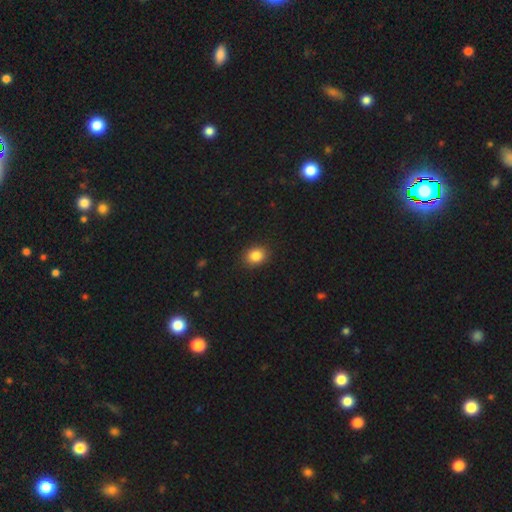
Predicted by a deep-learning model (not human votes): A smooth galaxy with no disk features (86%) that is in between round and cigar-shaped (50%).

Vote fractions:
- Smooth or featured? smooth: 86% / star or artifact: 10% / featured or disk: 5%
- How rounded? in between: 50% / round: 49% / cigar-shaped: 1%
- Merging? none: 88% / minor disturbance: 8% / major disturbance: 2% / merger: 1%